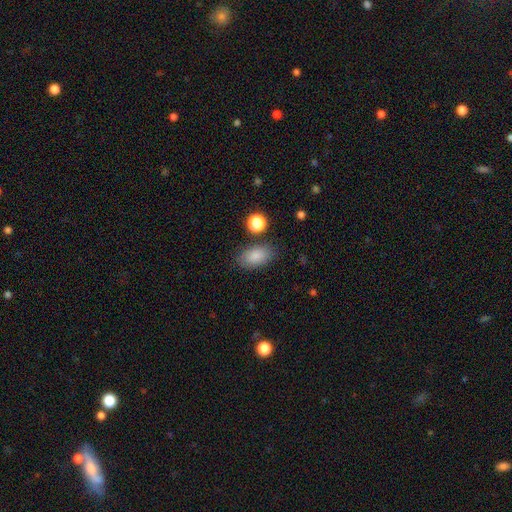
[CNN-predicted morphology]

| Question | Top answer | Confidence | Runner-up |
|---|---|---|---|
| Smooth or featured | smooth | 86% | star or artifact (8%) |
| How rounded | in between | 91% | round (7%) |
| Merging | none | 80% | minor disturbance (12%) |